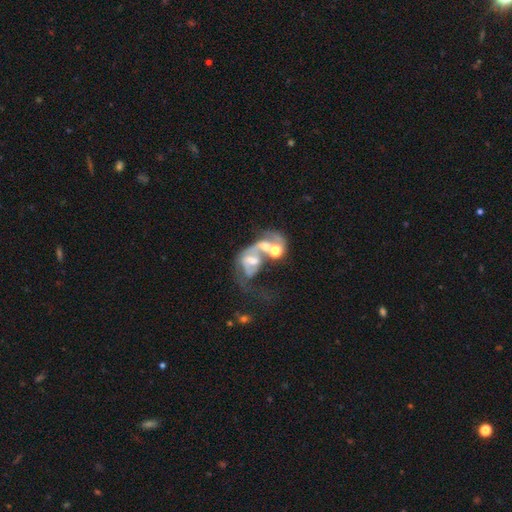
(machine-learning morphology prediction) type=featured or disk (70%); edge-on=no (97%); bar=no (64%); spiral arms=yes (68%); bulge=moderate (50%); merging=merger (69%).